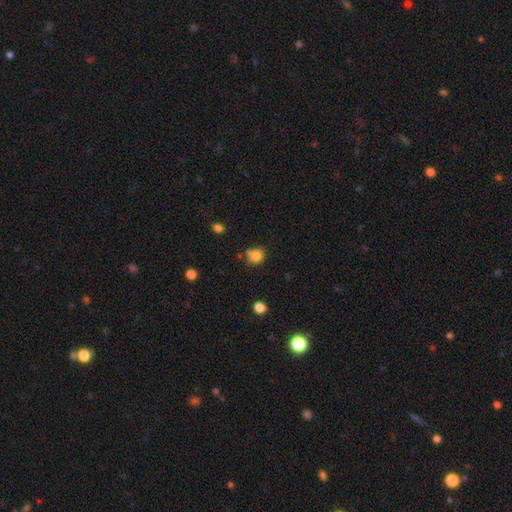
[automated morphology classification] This appears to be a smooth galaxy with no disk features (82%) that is round (81%). Merging: none (67%).